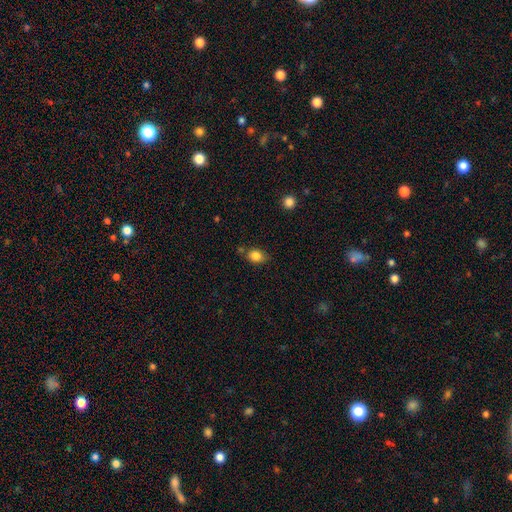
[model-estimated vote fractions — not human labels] The model was most divided on "how rounded": in between: 60%, round: 39%, cigar-shaped: 1%. More confident: smooth or featured — smooth (84%); merging — none (69%).